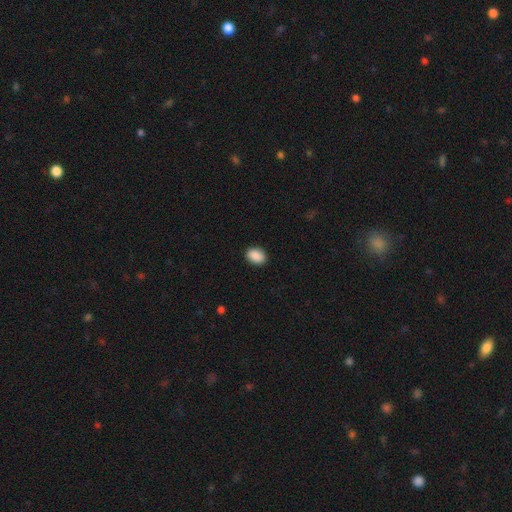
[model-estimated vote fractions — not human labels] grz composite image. It shows a smooth galaxy with no disk features (90%) that is in between round and cigar-shaped (76%). Merging: none (90%).